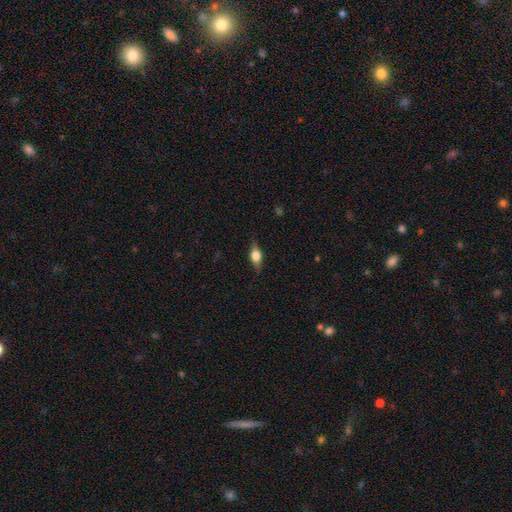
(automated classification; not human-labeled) This appears to be a smooth galaxy with no disk features (52%) that is in between round and cigar-shaped (68%). Merging: none (81%).